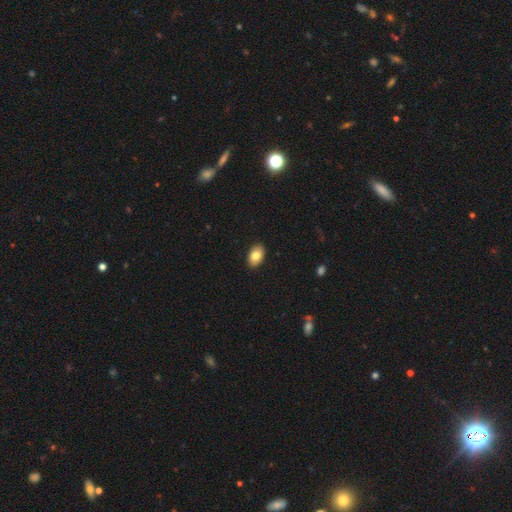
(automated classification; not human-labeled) This is clearly a smooth galaxy (83%). How rounded: clearly in between (90%). Merging: clearly none (90%).